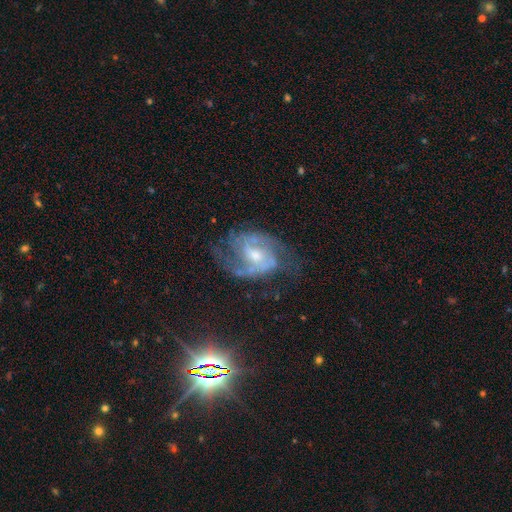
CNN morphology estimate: Smooth or featured? featured or disk (87%)
Edge-on disk? no (97%)
Bar? weak (50%)
Spiral arms? yes (96%)
Spiral winding? medium (54%)
Spiral arm count? 2 (75%)
Bulge size? moderate (54%)
Merging? none (63%)